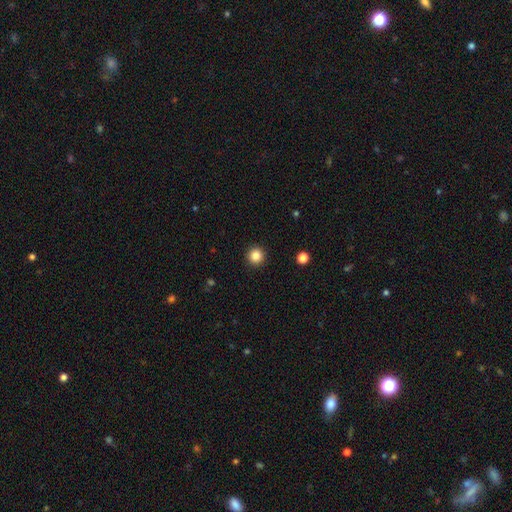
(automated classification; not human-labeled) A smooth galaxy with no disk features (85%) that is round (96%).

Vote fractions:
- Smooth or featured? smooth: 85% / star or artifact: 11% / featured or disk: 4%
- How rounded? round: 96% / in between: 4% / cigar-shaped: 1%
- Merging? none: 93% / minor disturbance: 4% / major disturbance: 2% / merger: 1%